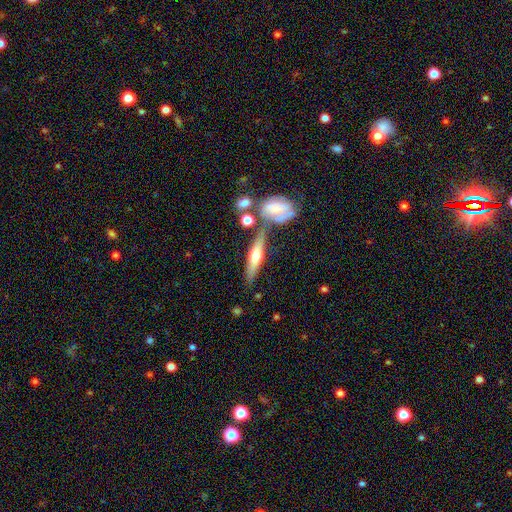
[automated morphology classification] Smooth or featured?
  - featured or disk: 60% *
  - smooth: 34%
  - star or artifact: 6%
Edge-on disk?
  - yes: 90% *
  - no: 10%
Edge-on bulge?
  - rounded: 91% *
  - boxy: 5%
  - none: 4%
Merging?
  - none: 66% *
  - merger: 16%
  - minor disturbance: 14%
  - major disturbance: 4%